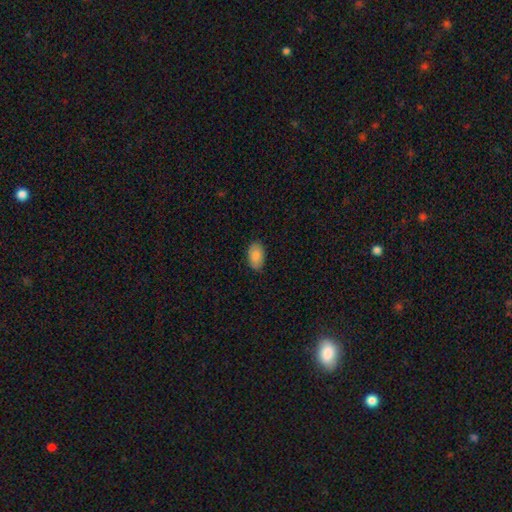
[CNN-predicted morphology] Smooth or featured? Predicted: smooth (p=0.88). How rounded? Predicted: in between (p=0.93). Merging? Predicted: none (p=0.86).